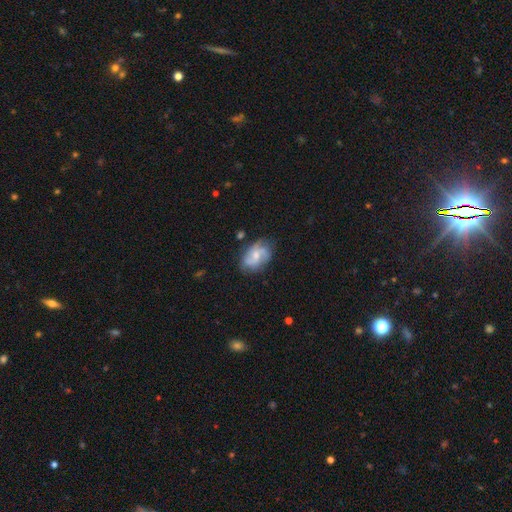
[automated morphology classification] type=featured or disk (63%); edge-on=no (96%); bar=no (60%); spiral arms=yes (86%); winding=medium (44%); arm count=2 (52%); bulge=moderate (46%); merging=none (67%).